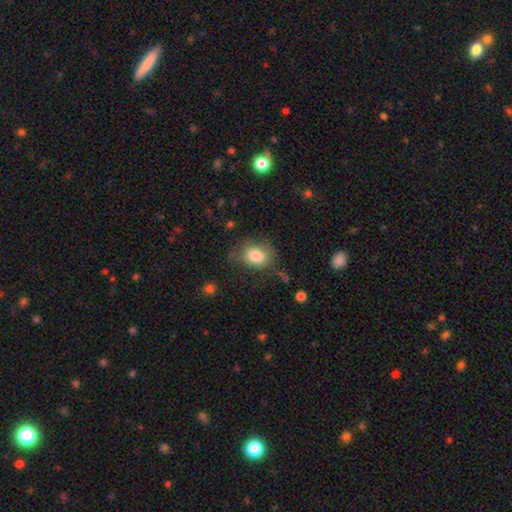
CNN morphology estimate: The model was most divided on "how rounded": in between: 64%, round: 35%, cigar-shaped: 1%. More confident: smooth or featured — smooth (82%); merging — none (59%).